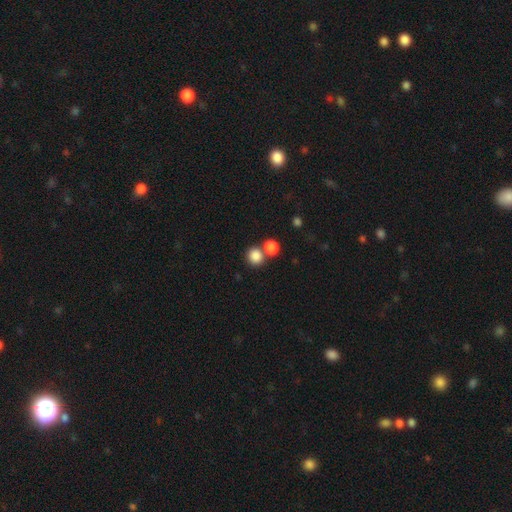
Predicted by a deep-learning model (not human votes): This is clearly a smooth galaxy (85%). How rounded: clearly round (85%). Merging: possibly none (58%).